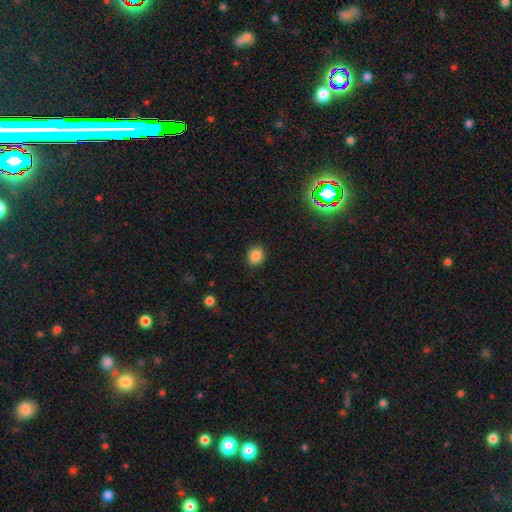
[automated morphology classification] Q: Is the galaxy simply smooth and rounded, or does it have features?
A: smooth — 85%.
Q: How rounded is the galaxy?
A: round — 77%.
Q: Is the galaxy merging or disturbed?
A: none — 90%.